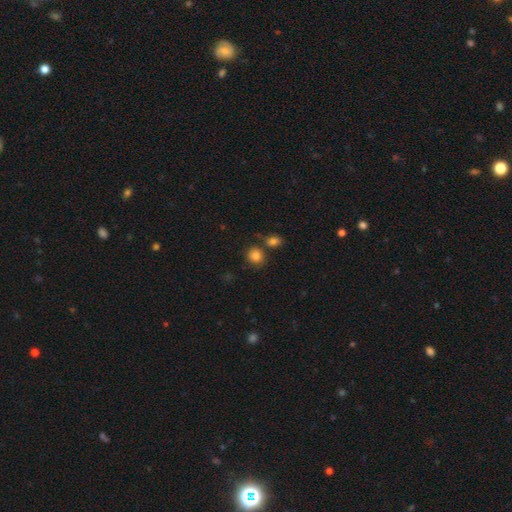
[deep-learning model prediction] Morphology: type=smooth (83%); roundness=round (84%); merging=none (71%).